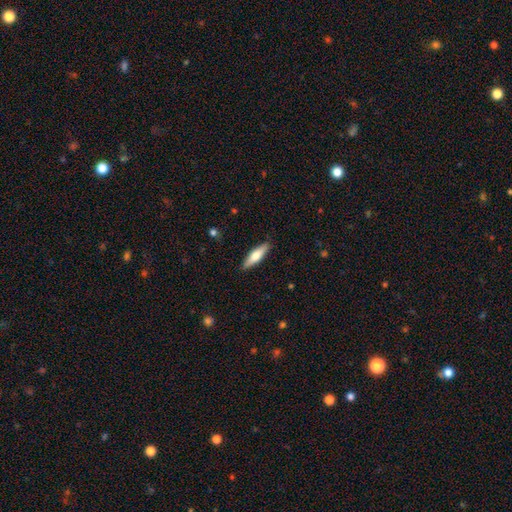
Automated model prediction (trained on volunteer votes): smooth_or_featured: smooth (p=0.64) [alt: featured or disk p=0.31]
how_rounded: cigar-shaped (p=0.63) [alt: in between p=0.35]
merging: none (p=0.88) [alt: minor disturbance p=0.09]